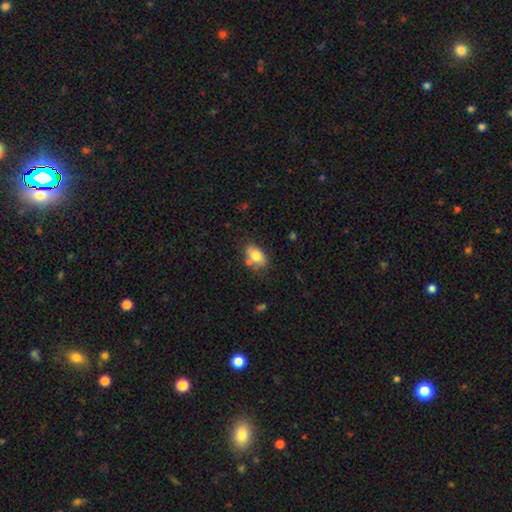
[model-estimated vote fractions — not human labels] Smooth or featured? Predicted: smooth (p=0.76). How rounded? Predicted: in between (p=0.88). Merging? Predicted: none (p=0.62).